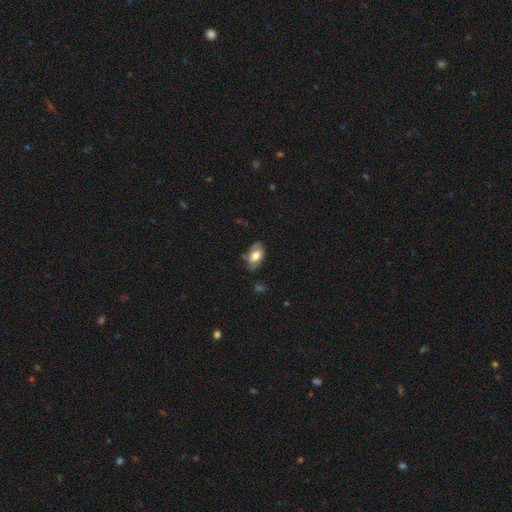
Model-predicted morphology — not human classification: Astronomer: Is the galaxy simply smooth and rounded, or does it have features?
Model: smooth — 60%.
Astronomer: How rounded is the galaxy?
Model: in between — 92%.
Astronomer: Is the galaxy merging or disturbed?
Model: none — 65%.